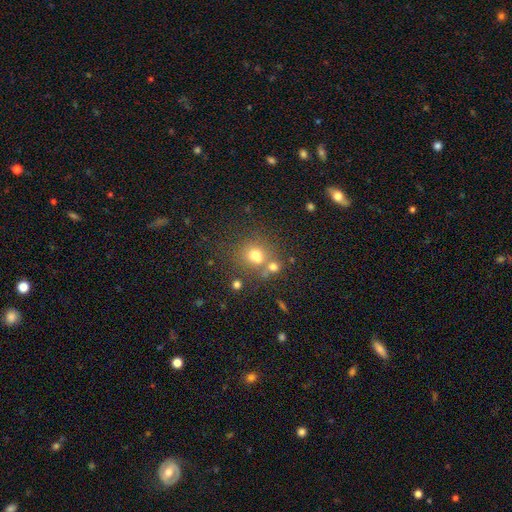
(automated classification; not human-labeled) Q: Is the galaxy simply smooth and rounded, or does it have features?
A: smooth — 70%.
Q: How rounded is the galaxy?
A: round — 77%.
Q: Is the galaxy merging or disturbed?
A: none — 53%.